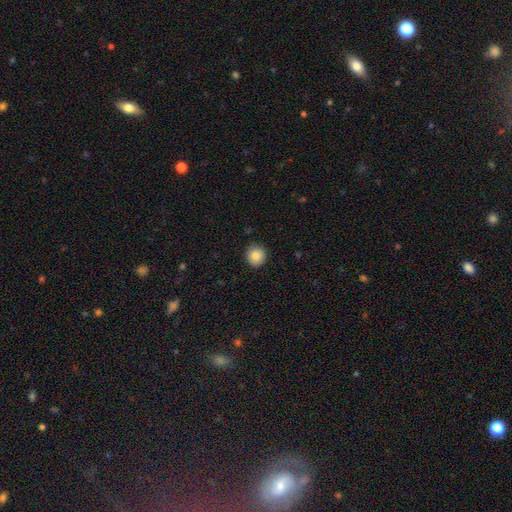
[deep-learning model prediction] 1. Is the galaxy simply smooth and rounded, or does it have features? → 84% smooth, 9% star or artifact, 7% featured or disk.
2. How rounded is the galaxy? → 92% round, 7% in between, 1% cigar-shaped.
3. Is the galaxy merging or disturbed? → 91% none, 6% minor disturbance, 2% major disturbance, 1% merger.